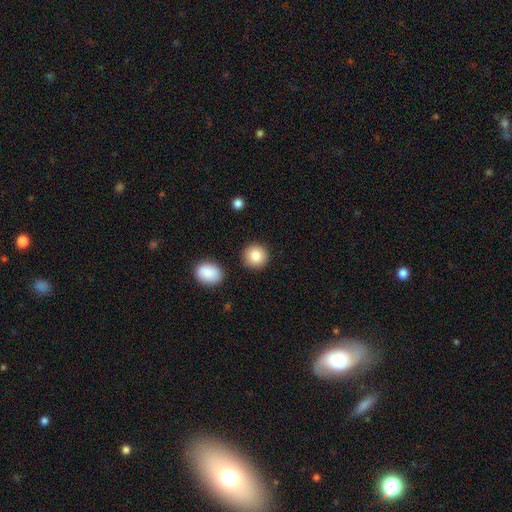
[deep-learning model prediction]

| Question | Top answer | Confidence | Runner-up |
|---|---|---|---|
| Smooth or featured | smooth | 85% | star or artifact (8%) |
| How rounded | round | 93% | in between (6%) |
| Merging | none | 89% | minor disturbance (6%) |